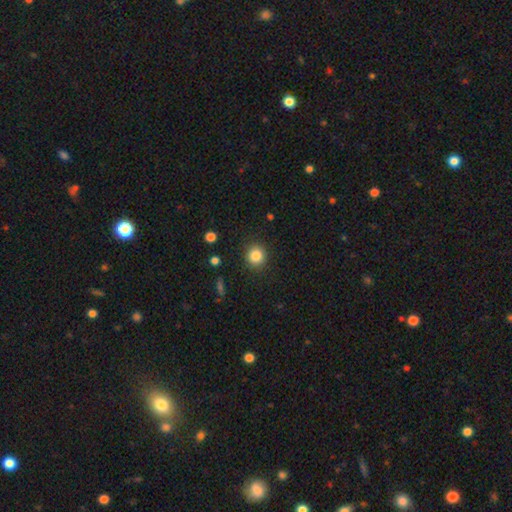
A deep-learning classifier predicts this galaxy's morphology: type=smooth (84%); roundness=round (90%); merging=none (89%).